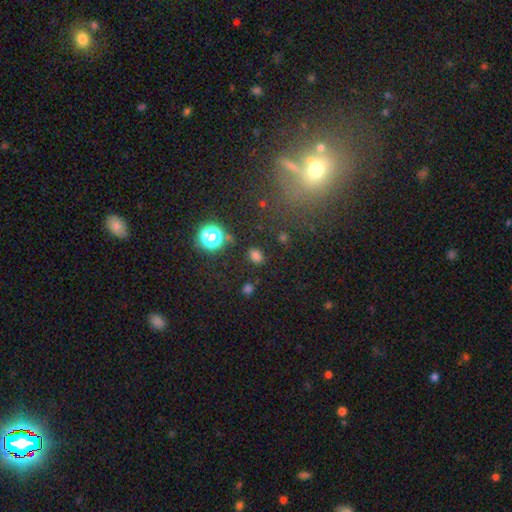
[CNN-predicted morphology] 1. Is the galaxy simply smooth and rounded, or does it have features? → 73% smooth, 22% star or artifact, 5% featured or disk.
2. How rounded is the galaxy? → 67% in between, 32% round, 2% cigar-shaped.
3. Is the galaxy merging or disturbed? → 84% none, 10% minor disturbance, 3% major disturbance, 3% merger.